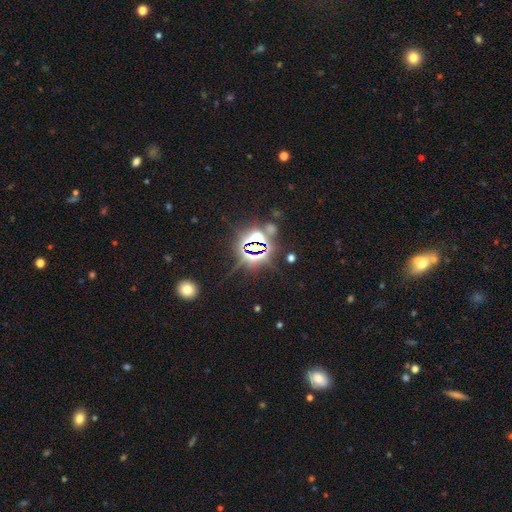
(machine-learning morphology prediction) type=star or artifact (84%).